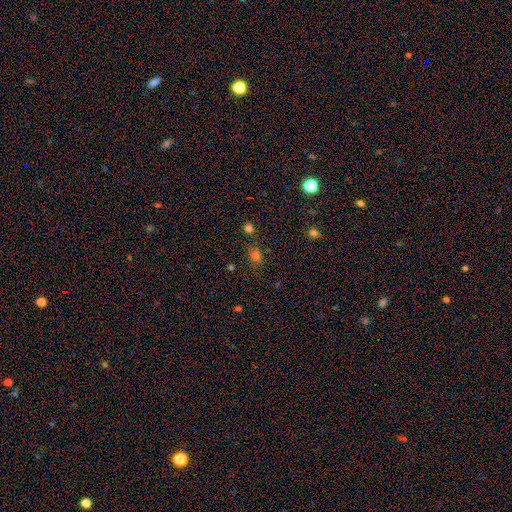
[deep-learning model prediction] A smooth galaxy with no disk features (65%) that is in between round and cigar-shaped (54%). Merging: none (75%).